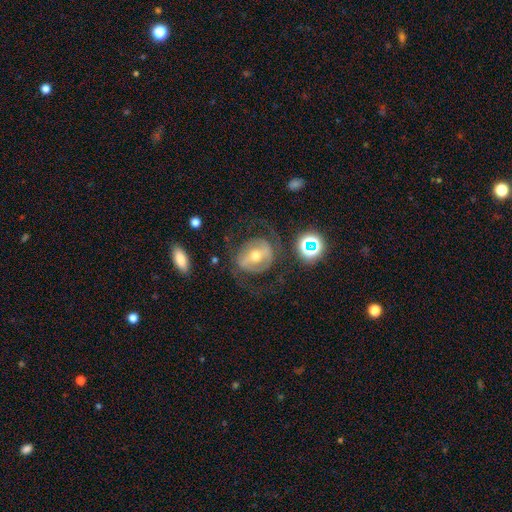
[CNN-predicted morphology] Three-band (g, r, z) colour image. It shows a featured or disk galaxy (71%) with a strong bar (48%), spiral arms (68%) and a moderate central bulge (69%). Merging: none (63%).